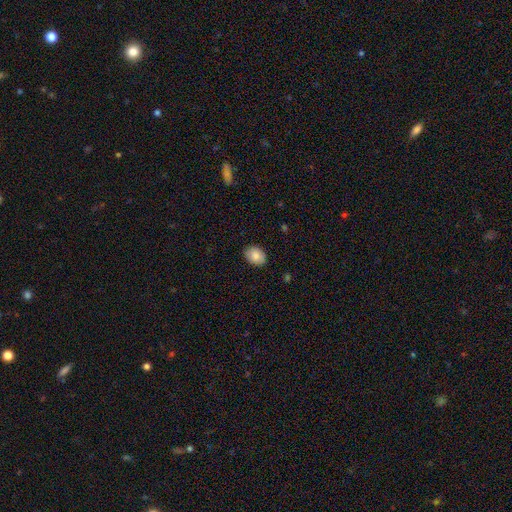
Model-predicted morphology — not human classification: This is clearly a smooth galaxy (86%). How rounded: likely in between (69%). Merging: clearly none (88%).